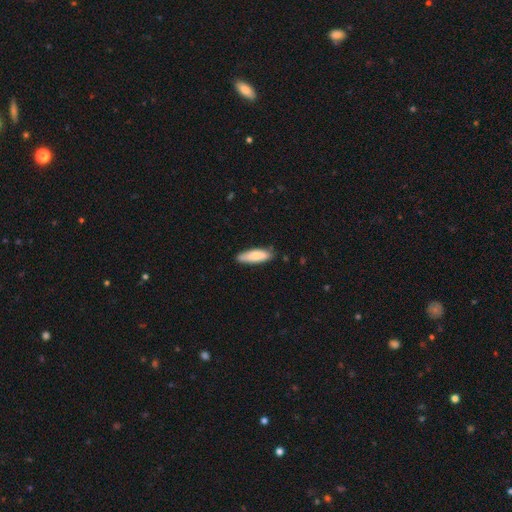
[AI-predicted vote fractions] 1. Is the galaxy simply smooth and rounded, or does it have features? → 81% smooth, 13% featured or disk, 5% star or artifact.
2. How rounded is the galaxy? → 54% cigar-shaped, 44% in between, 1% round.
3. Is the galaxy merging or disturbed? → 81% none, 16% minor disturbance, 2% major disturbance, 1% merger.